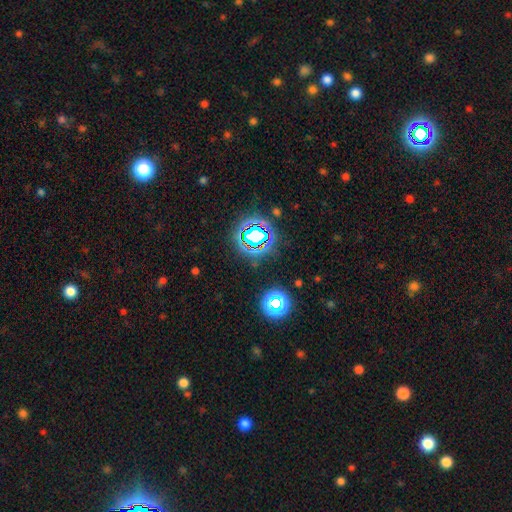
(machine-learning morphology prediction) Smooth or featured? Predicted: star or artifact (p=0.76).